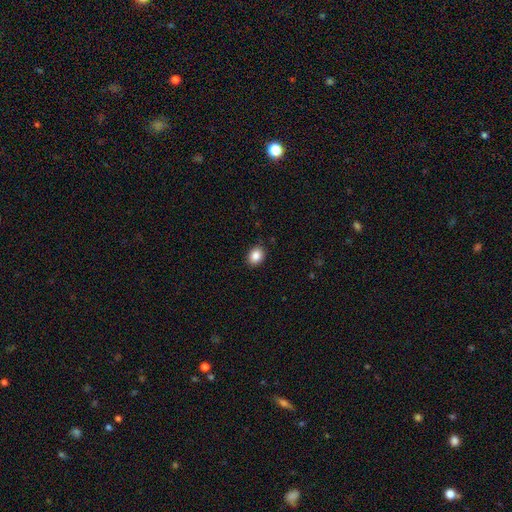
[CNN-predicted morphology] The model was most divided on "how rounded": in between: 57%, round: 42%, cigar-shaped: 1%. More confident: merging — none (88%); smooth or featured — smooth (87%).